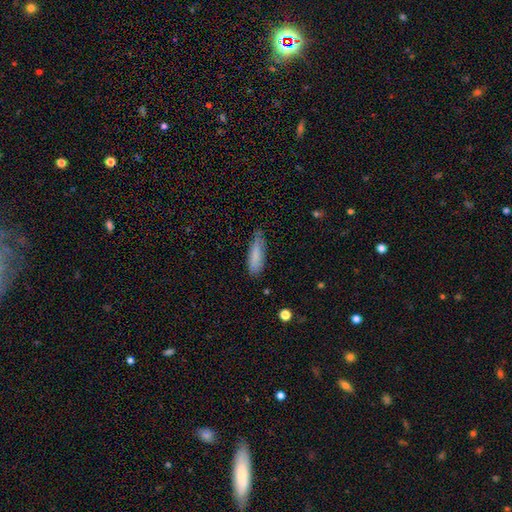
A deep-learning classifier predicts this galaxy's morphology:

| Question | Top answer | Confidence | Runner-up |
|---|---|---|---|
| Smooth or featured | smooth | 80% | featured or disk (13%) |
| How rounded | cigar-shaped | 58% | in between (41%) |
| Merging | none | 66% | minor disturbance (27%) |